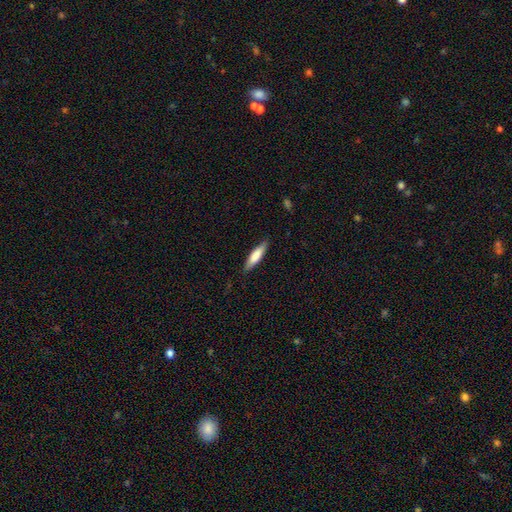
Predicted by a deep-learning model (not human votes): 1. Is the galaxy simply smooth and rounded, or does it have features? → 75% smooth, 20% featured or disk, 5% star or artifact.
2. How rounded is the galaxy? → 71% cigar-shaped, 27% in between, 1% round.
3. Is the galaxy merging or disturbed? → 86% none, 11% minor disturbance, 2% major disturbance, 1% merger.